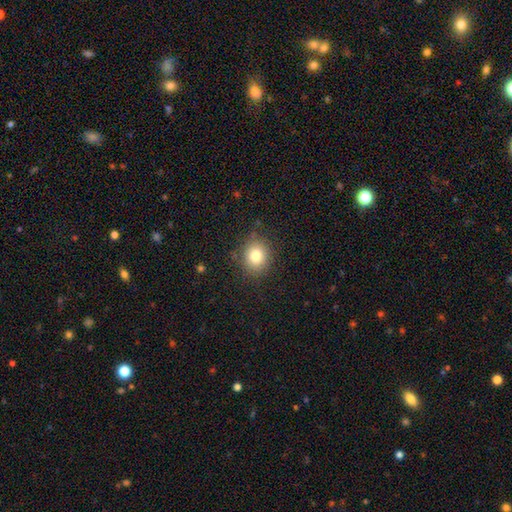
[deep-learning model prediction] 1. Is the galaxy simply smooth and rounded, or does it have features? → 80% smooth, 11% star or artifact, 9% featured or disk.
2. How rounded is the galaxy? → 71% round, 28% in between, 1% cigar-shaped.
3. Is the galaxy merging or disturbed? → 84% none, 12% minor disturbance, 3% major disturbance, 1% merger.